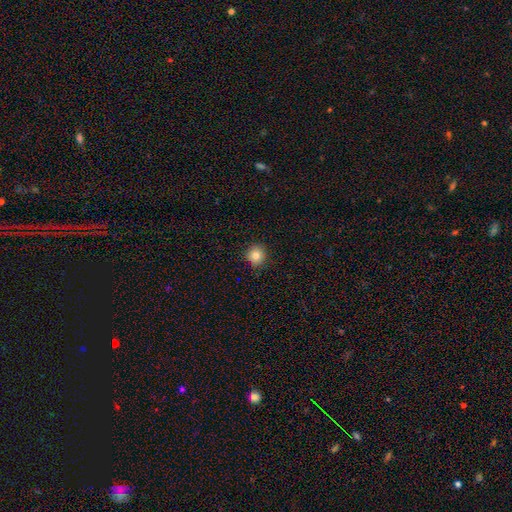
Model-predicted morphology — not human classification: Smooth or featured: smooth — 81% (star or artifact — 11%)
How rounded: round — 92% (in between — 7%)
Merging: none — 91% (minor disturbance — 6%)